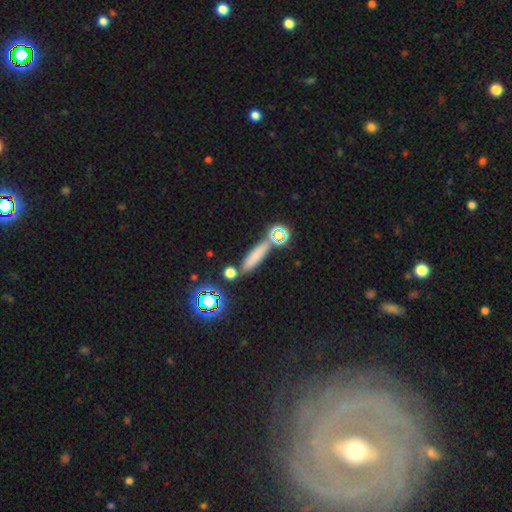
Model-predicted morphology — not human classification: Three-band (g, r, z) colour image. It shows a smooth galaxy with no disk features (67%) that is cigar-shaped (72%). Merging: none (76%).